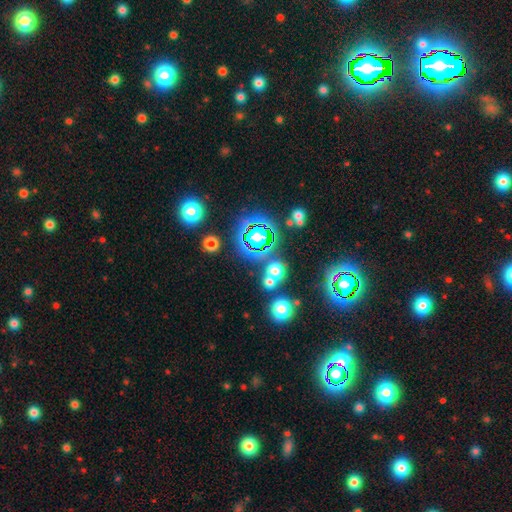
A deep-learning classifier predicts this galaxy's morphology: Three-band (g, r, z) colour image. It shows a star or artifact, not a galaxy (78%).